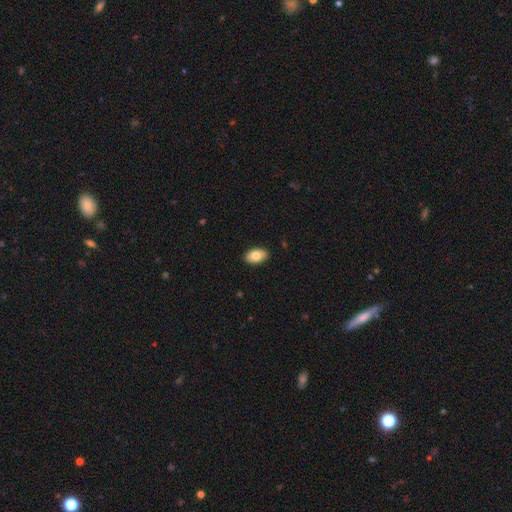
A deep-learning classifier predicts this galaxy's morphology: A smooth galaxy with no disk features (80%) that is in between round and cigar-shaped (92%). Merging: none (89%).